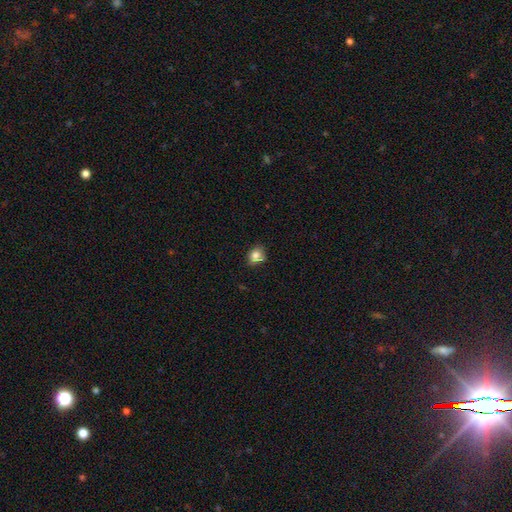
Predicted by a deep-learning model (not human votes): The model was most divided on "how rounded": round: 60%, in between: 39%, cigar-shaped: 1%. More confident: smooth or featured — smooth (80%); merging — none (64%).